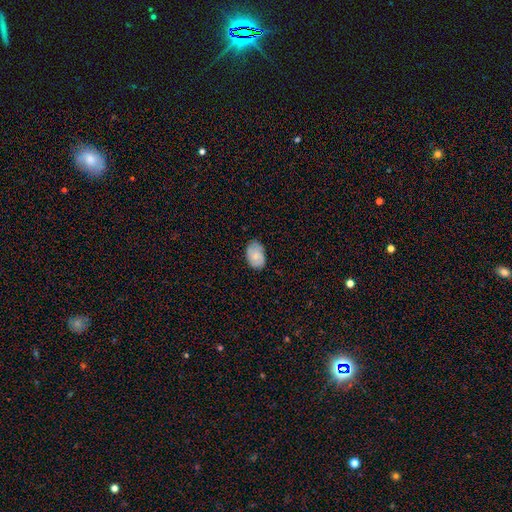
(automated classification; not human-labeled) smooth_or_featured: smooth (p=0.63) [alt: featured or disk p=0.29]
how_rounded: in between (p=0.88) [alt: round p=0.11]
merging: none (p=0.75) [alt: minor disturbance p=0.20]